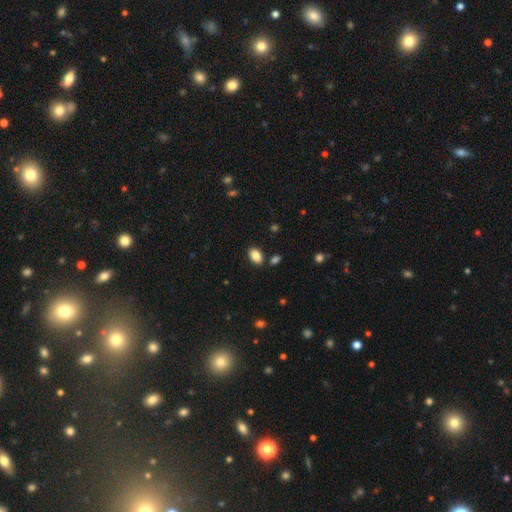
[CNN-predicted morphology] smooth-or-featured: smooth: 87% | star or artifact: 8% | featured or disk: 5%
  how-rounded: in between: 90% | round: 8% | cigar-shaped: 1%
  merging: none: 85% | minor disturbance: 9% | merger: 3% | major disturbance: 2%